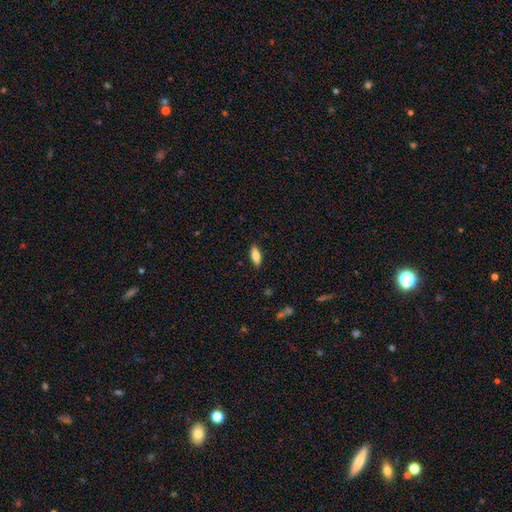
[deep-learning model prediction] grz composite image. It shows a smooth galaxy with no disk features (81%) that is in between round and cigar-shaped (75%). Merging: none (87%).